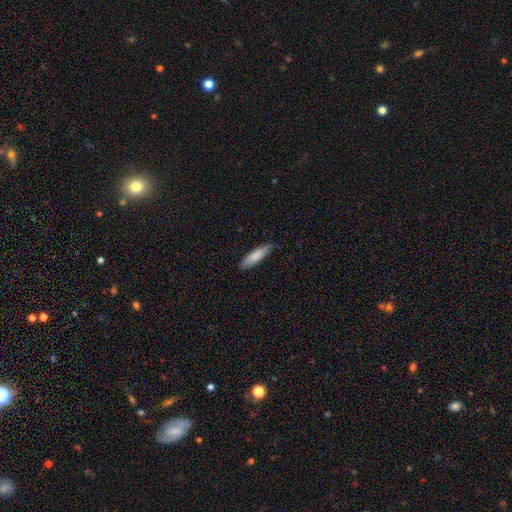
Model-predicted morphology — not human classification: smooth_or_featured: smooth (p=0.82) [alt: featured or disk p=0.12]
how_rounded: cigar-shaped (p=0.72) [alt: in between p=0.27]
merging: none (p=0.79) [alt: minor disturbance p=0.18]